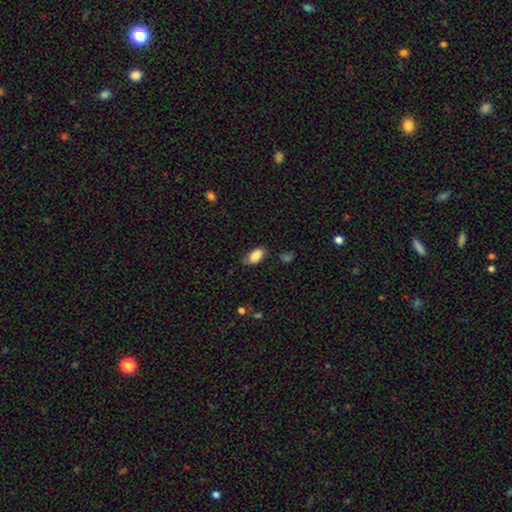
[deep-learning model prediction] Smooth or featured: smooth — 86% (star or artifact — 7%)
How rounded: in between — 93% (round — 4%)
Merging: none — 72% (minor disturbance — 21%)